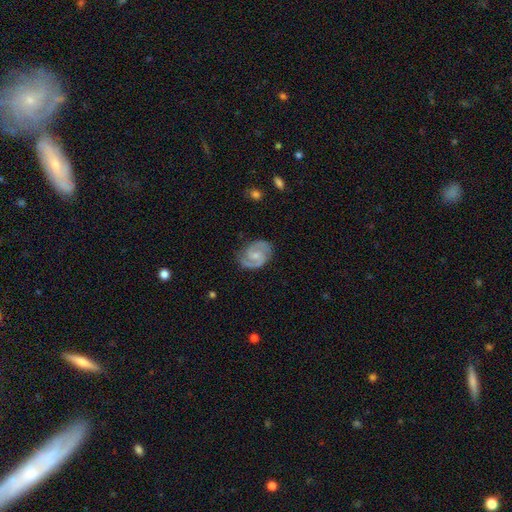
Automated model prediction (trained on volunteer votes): Overall: featured or disk (87%). Edge-on disk: no (98%). Bar: no (52%; weak 41%). Spiral arms: yes (98%). Spiral arm count: 2 (92%). Spiral winding: medium (52%; tight 39%). Bulge size: small (54%; moderate 34%). Merging: none (81%).